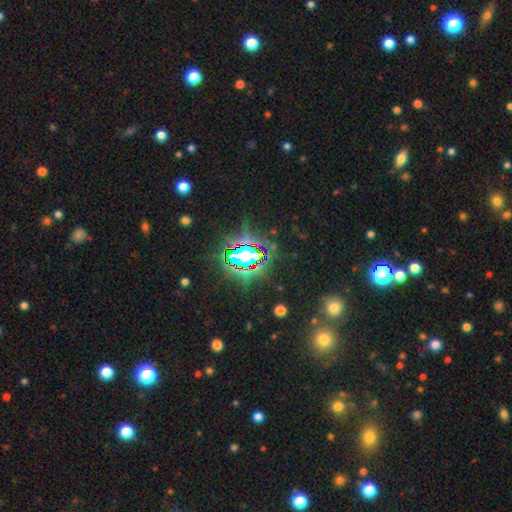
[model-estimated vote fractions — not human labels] Overall: star or artifact (80%).